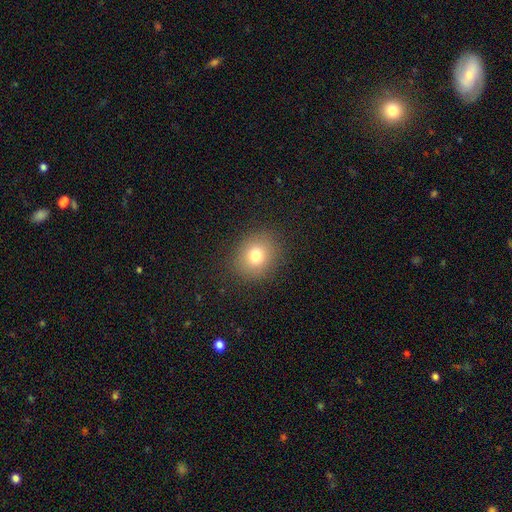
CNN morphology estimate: This is likely a smooth galaxy (78%). How rounded: likely round (63%). Merging: clearly none (87%).